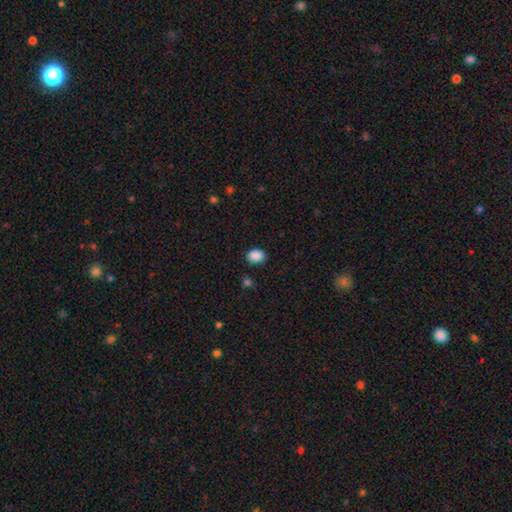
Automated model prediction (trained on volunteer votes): Smooth or featured: smooth — 89% (star or artifact — 9%)
How rounded: in between — 66% (round — 33%)
Merging: none — 84% (minor disturbance — 12%)